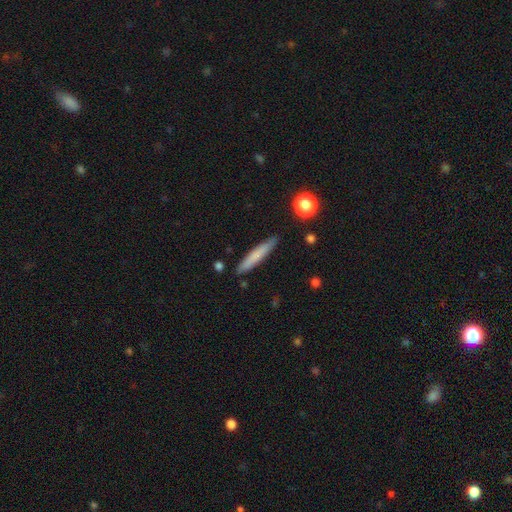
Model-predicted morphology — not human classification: Overall: smooth (71%). How rounded: cigar-shaped (93%). Merging: none (87%).